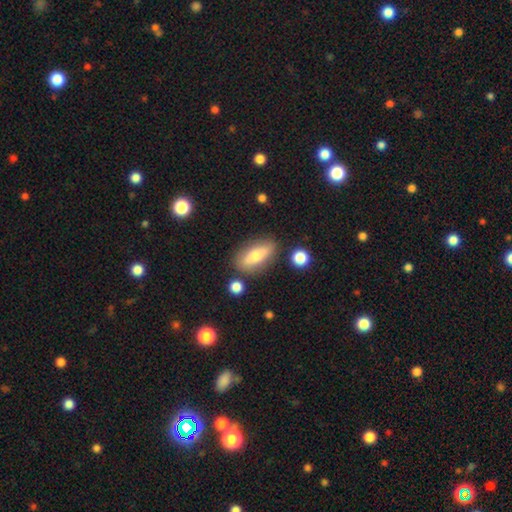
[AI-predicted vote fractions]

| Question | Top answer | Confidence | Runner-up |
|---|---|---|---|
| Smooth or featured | smooth | 57% | featured or disk (35%) |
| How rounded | in between | 70% | cigar-shaped (25%) |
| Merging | none | 80% | minor disturbance (12%) |